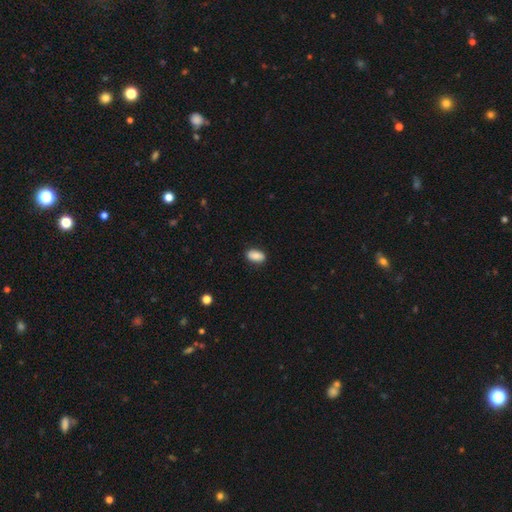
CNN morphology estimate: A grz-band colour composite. It shows a smooth galaxy with no disk features (85%) that is in between round and cigar-shaped (91%). Merging: none (85%).